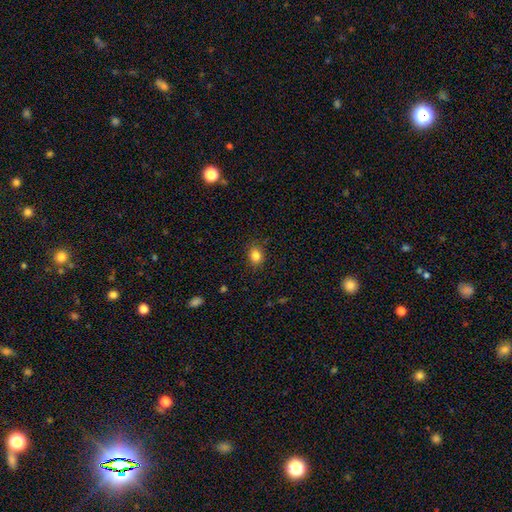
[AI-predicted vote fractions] The model was most divided on "how rounded": round: 56%, in between: 43%, cigar-shaped: 1%. More confident: merging — none (86%); smooth or featured — smooth (83%).